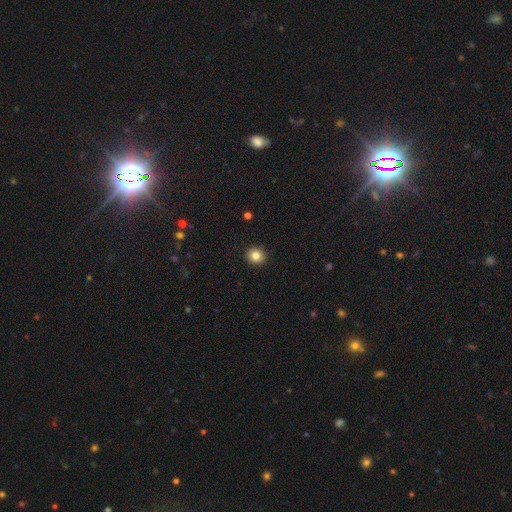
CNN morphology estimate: Smooth or featured?
  - smooth: 83% *
  - star or artifact: 11%
  - featured or disk: 6%
How rounded?
  - round: 89% *
  - in between: 10%
  - cigar-shaped: 1%
Merging?
  - none: 92% *
  - minor disturbance: 5%
  - major disturbance: 2%
  - merger: 1%